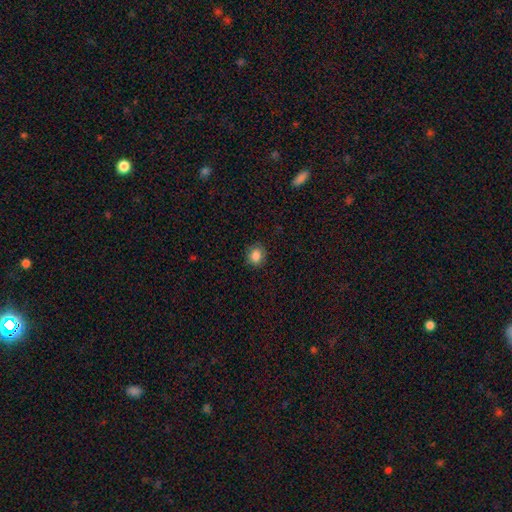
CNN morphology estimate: Smooth or featured?
  - smooth: 85% *
  - star or artifact: 10%
  - featured or disk: 5%
How rounded?
  - round: 72% *
  - in between: 27%
  - cigar-shaped: 1%
Merging?
  - none: 85% *
  - minor disturbance: 12%
  - major disturbance: 3%
  - merger: 1%